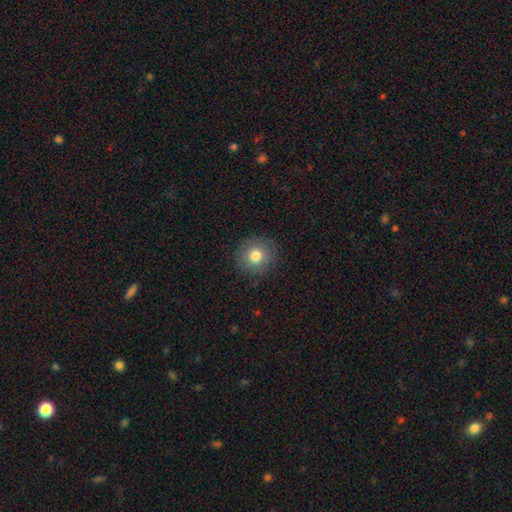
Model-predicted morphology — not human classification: Q: Smooth or featured?
A: smooth (78%); runner-up: star or artifact (11%)
Q: How rounded?
A: round (92%); runner-up: in between (7%)
Q: Merging?
A: none (88%); runner-up: minor disturbance (8%)